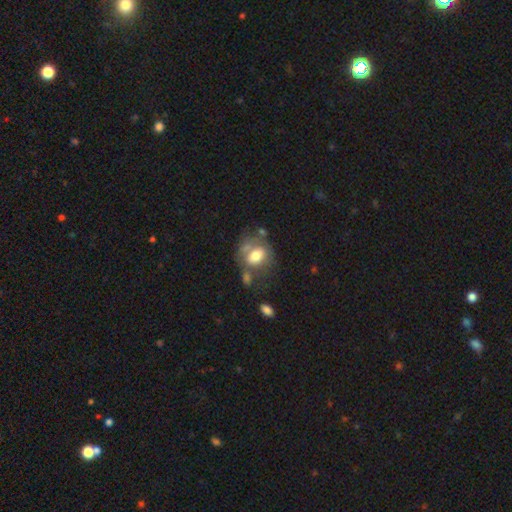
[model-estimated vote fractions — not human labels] Q: Smooth or featured?
A: smooth (62%); runner-up: featured or disk (30%)
Q: How rounded?
A: in between (61%); runner-up: round (37%)
Q: Merging?
A: none (42%); runner-up: merger (22%)